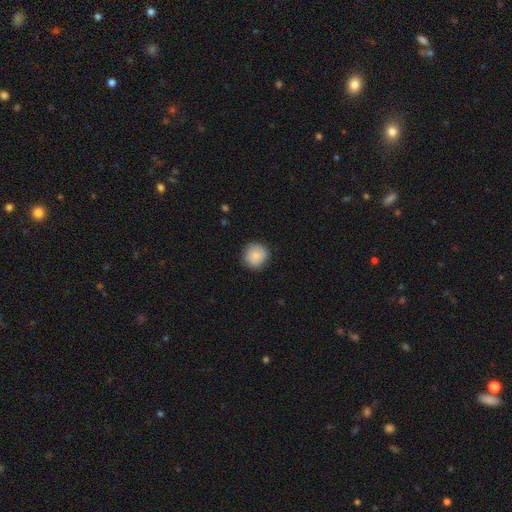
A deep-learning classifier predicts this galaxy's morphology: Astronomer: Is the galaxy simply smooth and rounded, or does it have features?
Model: smooth — 83%.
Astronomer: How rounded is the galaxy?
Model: round — 92%.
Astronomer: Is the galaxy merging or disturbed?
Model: none — 85%.